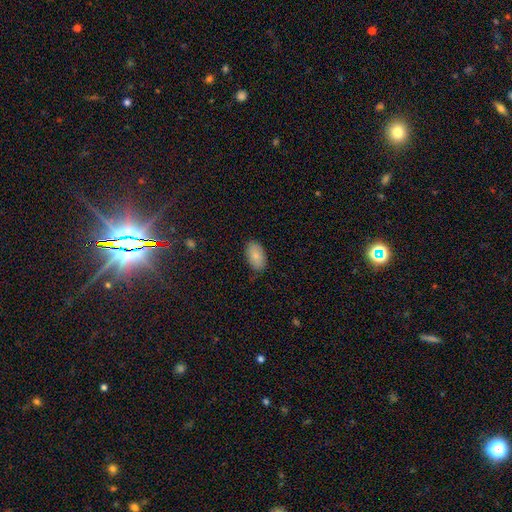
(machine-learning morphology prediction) Smooth or featured? smooth (84%)
How rounded? in between (94%)
Merging? none (80%)